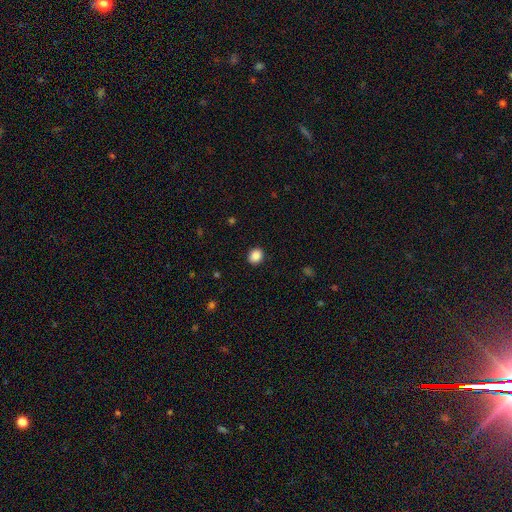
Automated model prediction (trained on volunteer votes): This appears to be a smooth galaxy with no disk features (88%) that is round (67%). Merging: none (91%).